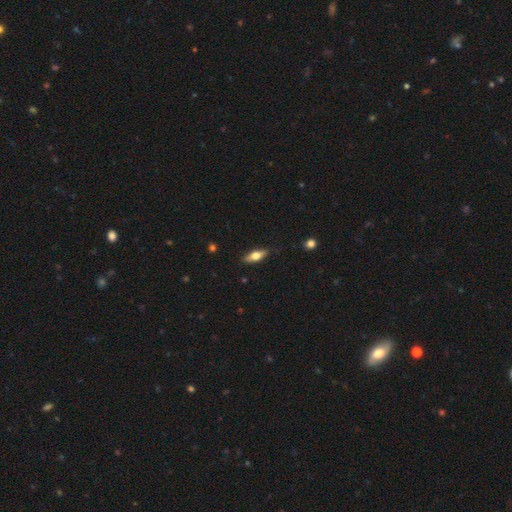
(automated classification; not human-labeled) A smooth galaxy with no disk features (55%) that is in between round and cigar-shaped (60%).

Vote fractions:
- Smooth or featured? smooth: 55% / featured or disk: 39% / star or artifact: 6%
- How rounded? in between: 60% / cigar-shaped: 36% / round: 3%
- Merging? none: 86% / minor disturbance: 11% / major disturbance: 2% / merger: 1%